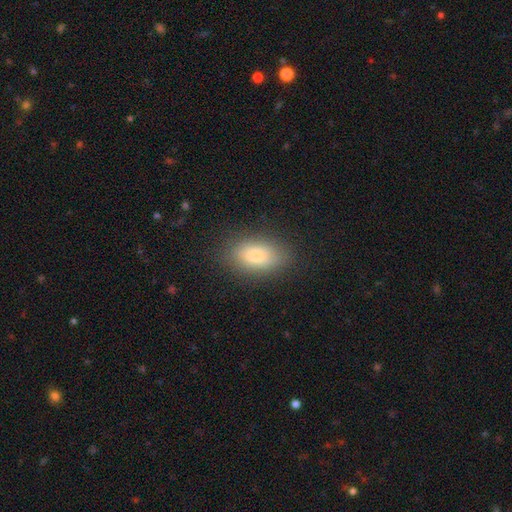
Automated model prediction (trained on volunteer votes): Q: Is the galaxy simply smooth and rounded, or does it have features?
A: smooth — 79%.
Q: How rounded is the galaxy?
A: in between — 87%.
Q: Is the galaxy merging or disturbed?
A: none — 83%.